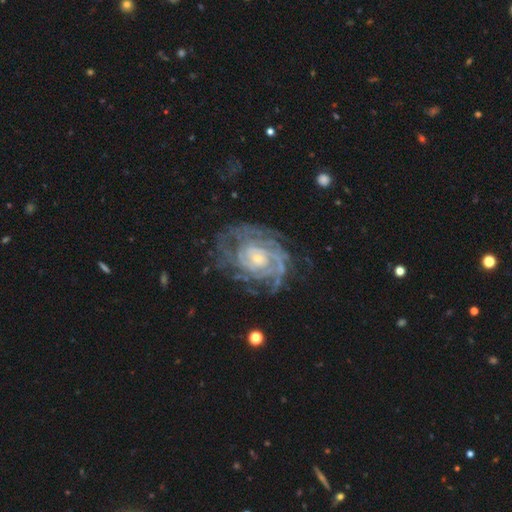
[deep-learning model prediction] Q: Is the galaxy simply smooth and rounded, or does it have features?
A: featured or disk — 85%.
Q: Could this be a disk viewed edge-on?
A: no — 97%.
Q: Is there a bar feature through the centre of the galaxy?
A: no — 70%.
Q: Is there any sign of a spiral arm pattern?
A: yes — 93%.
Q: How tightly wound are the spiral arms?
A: tight — 70%.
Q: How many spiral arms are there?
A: can't tell — 39%.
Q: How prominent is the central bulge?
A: small — 55%.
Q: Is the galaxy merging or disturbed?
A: none — 69%.